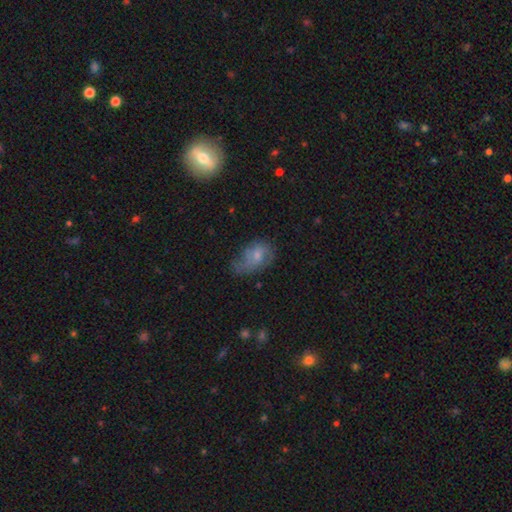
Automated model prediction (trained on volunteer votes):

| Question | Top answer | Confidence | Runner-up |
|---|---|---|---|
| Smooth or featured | smooth | 50% | featured or disk (41%) |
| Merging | none | 39% | minor disturbance (34%) |